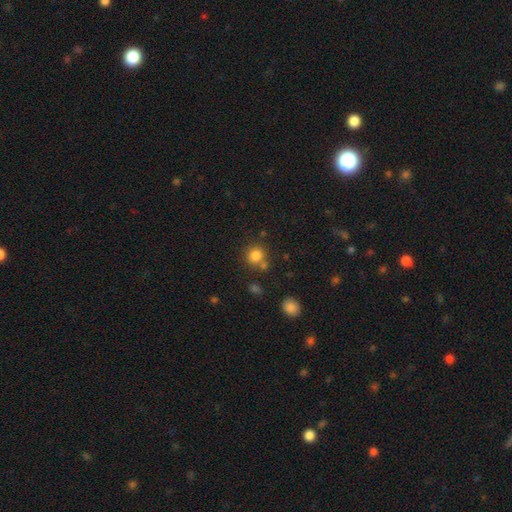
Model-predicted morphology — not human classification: smooth-or-featured: smooth: 81% | star or artifact: 12% | featured or disk: 6%
  how-rounded: round: 87% | in between: 12% | cigar-shaped: 1%
  merging: none: 69% | merger: 16% | minor disturbance: 10% | major disturbance: 4%